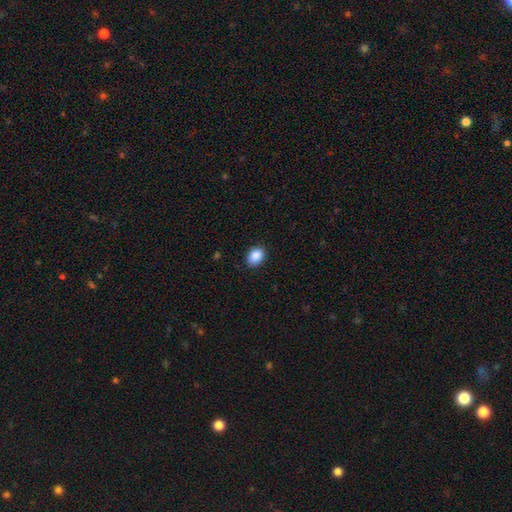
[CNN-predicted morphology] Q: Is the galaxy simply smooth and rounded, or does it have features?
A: smooth — 89%.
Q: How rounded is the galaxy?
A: in between — 68%.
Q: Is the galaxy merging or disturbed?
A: none — 88%.